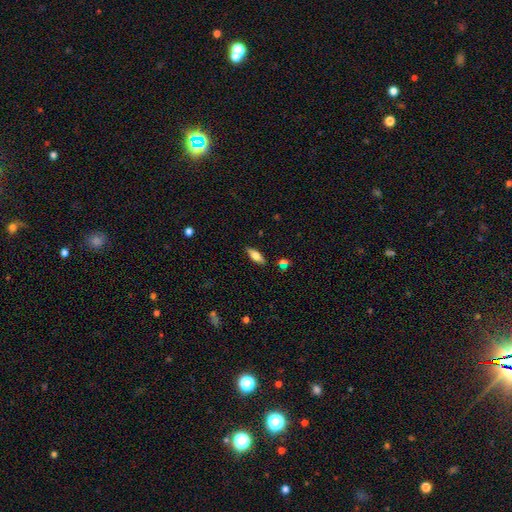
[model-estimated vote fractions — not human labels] Overall: smooth (62%; featured or disk 30%). How rounded: in between (71%). Merging: none (85%).